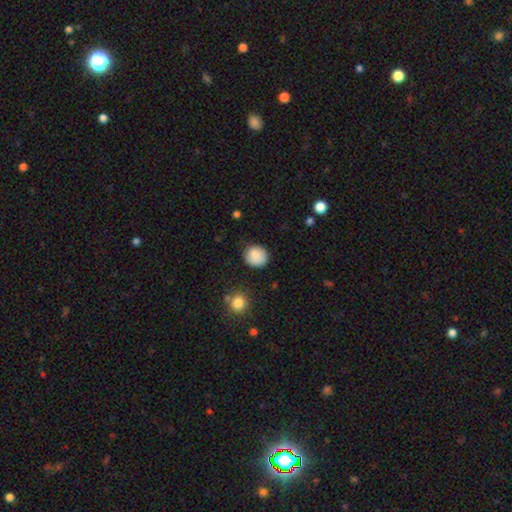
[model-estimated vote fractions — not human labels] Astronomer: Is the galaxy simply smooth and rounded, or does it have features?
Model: smooth — 87%.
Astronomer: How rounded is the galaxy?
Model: round — 83%.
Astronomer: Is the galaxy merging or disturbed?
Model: none — 80%.